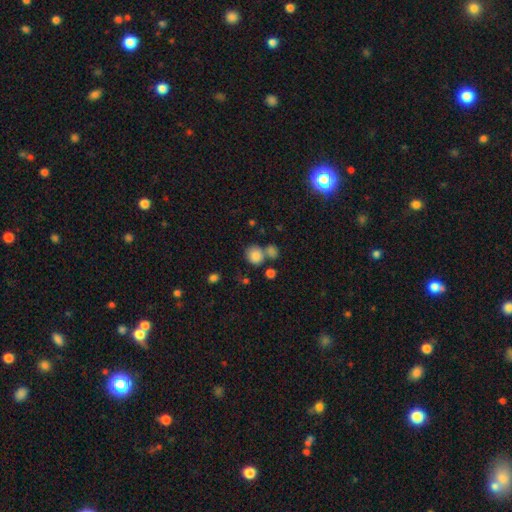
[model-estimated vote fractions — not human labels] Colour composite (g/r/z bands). It shows a smooth galaxy with no disk features (83%) that is round (81%). Merging: none (55%).